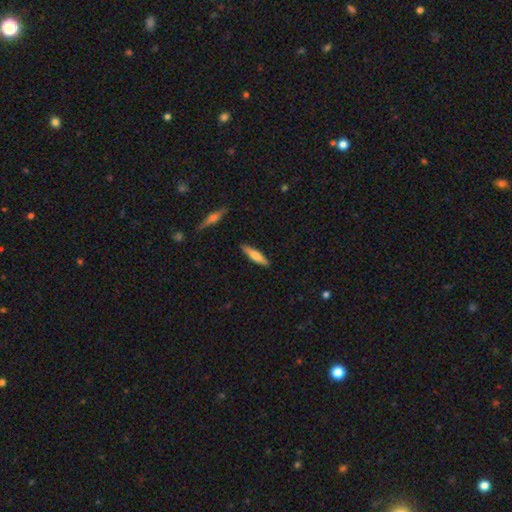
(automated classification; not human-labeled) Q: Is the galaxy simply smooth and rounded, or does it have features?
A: smooth — 62%.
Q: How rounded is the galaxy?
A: cigar-shaped — 80%.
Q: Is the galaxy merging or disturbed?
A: none — 87%.